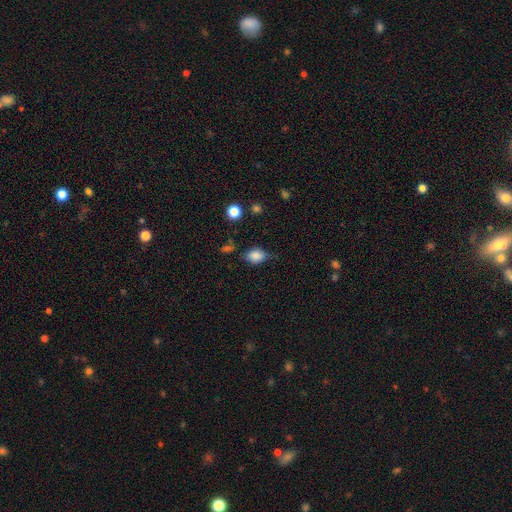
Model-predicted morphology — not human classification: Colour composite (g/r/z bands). It shows a smooth galaxy with no disk features (81%) that is in between round and cigar-shaped (70%). Merging: none (58%).